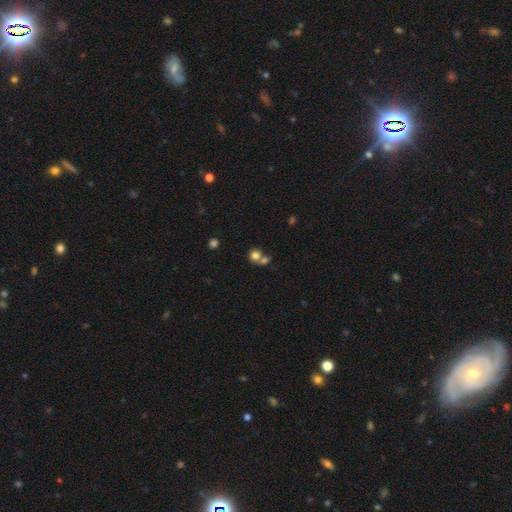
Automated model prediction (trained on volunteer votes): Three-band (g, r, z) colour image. It shows a smooth galaxy with no disk features (77%) that is round (83%). Merging: merger (47%).